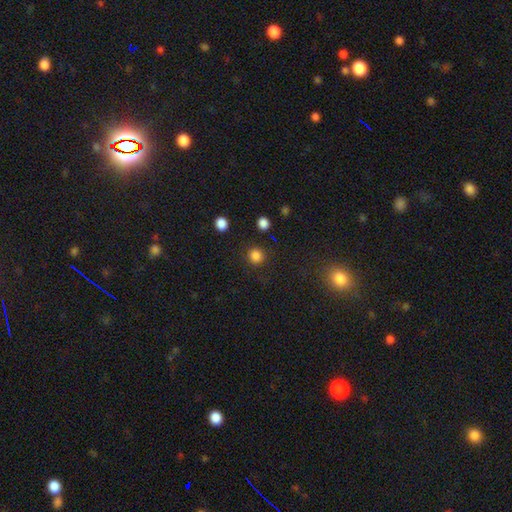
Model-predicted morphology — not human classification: smooth-or-featured: smooth: 84% | star or artifact: 13% | featured or disk: 3%
  how-rounded: round: 92% | in between: 7% | cigar-shaped: 1%
  merging: none: 88% | minor disturbance: 7% | major disturbance: 3% | merger: 2%